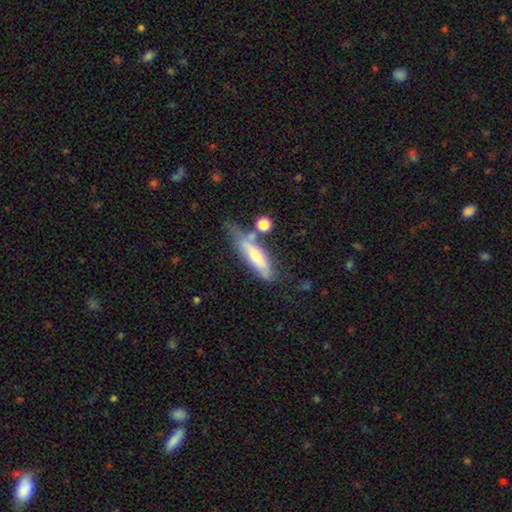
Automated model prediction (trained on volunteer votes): smooth_or_featured: smooth (p=0.54) [alt: featured or disk p=0.39]
how_rounded: cigar-shaped (p=0.67) [alt: in between p=0.31]
merging: none (p=0.42) [alt: minor disturbance p=0.30]